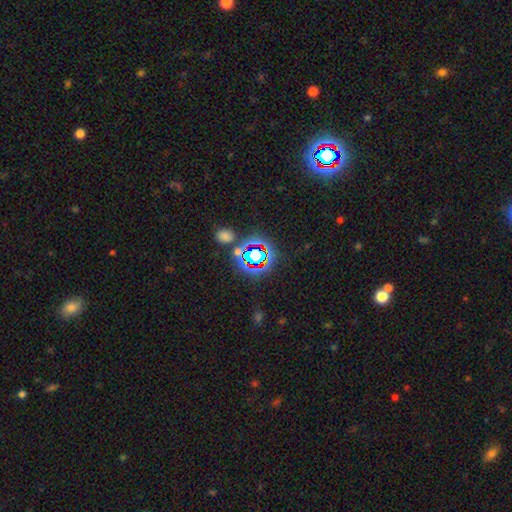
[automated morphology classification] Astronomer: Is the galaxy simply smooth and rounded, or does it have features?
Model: star or artifact — 68%.